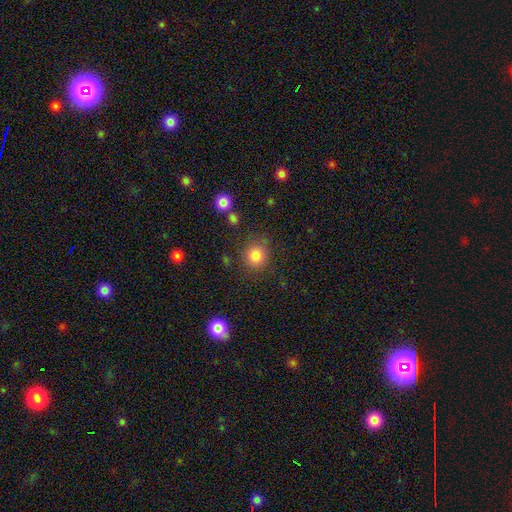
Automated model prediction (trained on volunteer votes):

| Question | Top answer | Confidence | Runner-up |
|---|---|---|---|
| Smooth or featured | smooth | 84% | star or artifact (11%) |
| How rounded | round | 88% | in between (11%) |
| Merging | none | 83% | minor disturbance (10%) |